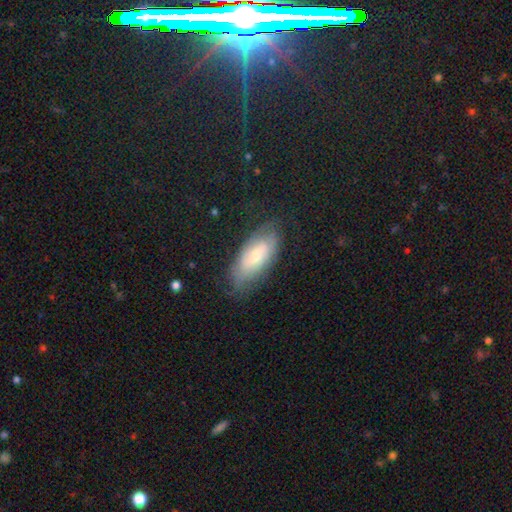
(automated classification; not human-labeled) Overall: featured or disk (50%; smooth 43%). Merging: none (69%).